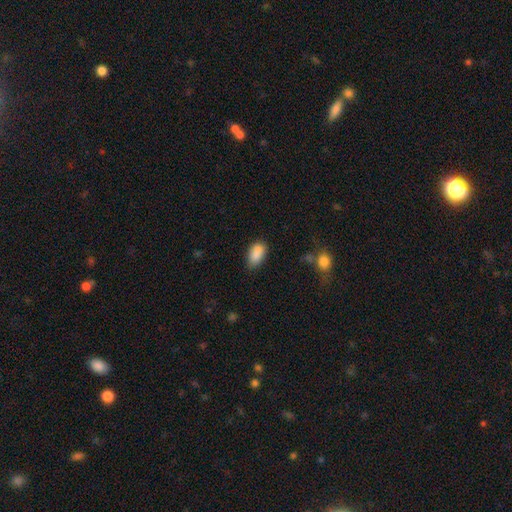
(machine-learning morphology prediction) Smooth or featured: smooth — 86% (star or artifact — 8%)
How rounded: in between — 91% (round — 4%)
Merging: none — 66% (minor disturbance — 21%)